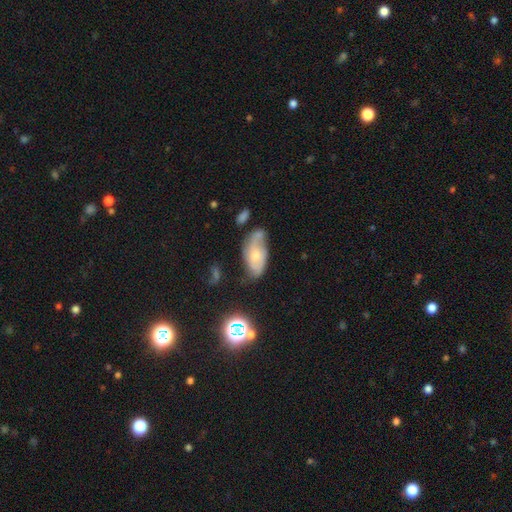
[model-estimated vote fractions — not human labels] featured or disk 53%, smooth 36%, star or artifact 10%. Down the decision tree: edge-on disk — no (92%); merging — none (40%).